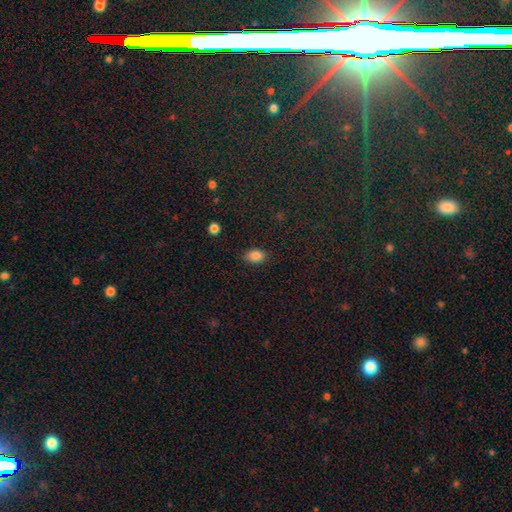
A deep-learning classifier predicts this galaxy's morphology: smooth_or_featured: smooth (p=0.86) [alt: star or artifact p=0.09]
how_rounded: in between (p=0.83) [alt: round p=0.15]
merging: none (p=0.84) [alt: minor disturbance p=0.13]